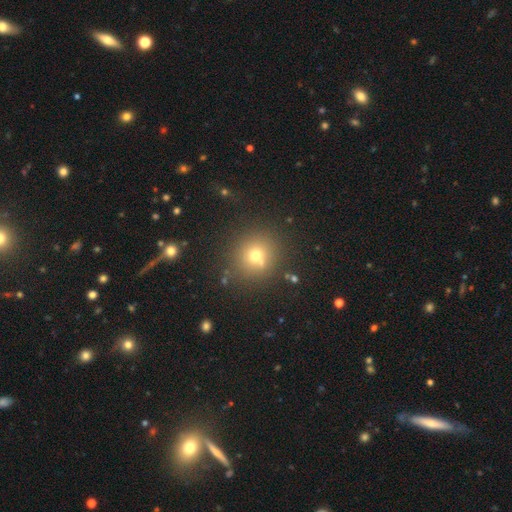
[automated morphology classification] A smooth galaxy with no disk features (66%) that is round (89%). Merging: none (74%).